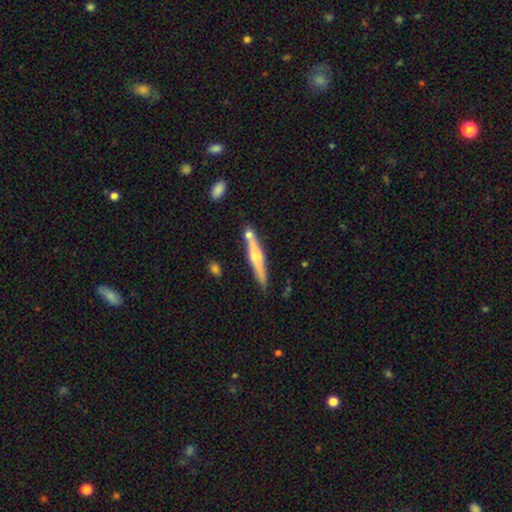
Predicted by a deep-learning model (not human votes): smooth-or-featured: featured or disk: 70% | smooth: 24% | star or artifact: 6%
  disk-edge-on: yes: 97% | no: 3%
    edge-on-bulge: rounded: 88% | boxy: 7% | none: 5%
  merging: none: 80% | minor disturbance: 10% | merger: 8% | major disturbance: 2%